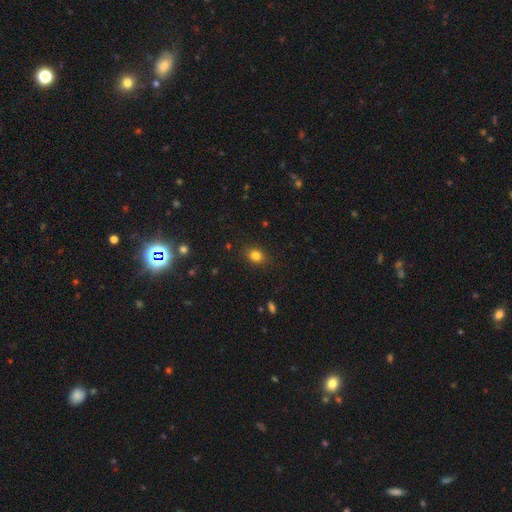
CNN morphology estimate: A smooth galaxy with no disk features (82%) that is in between round and cigar-shaped (50%). Merging: none (87%).